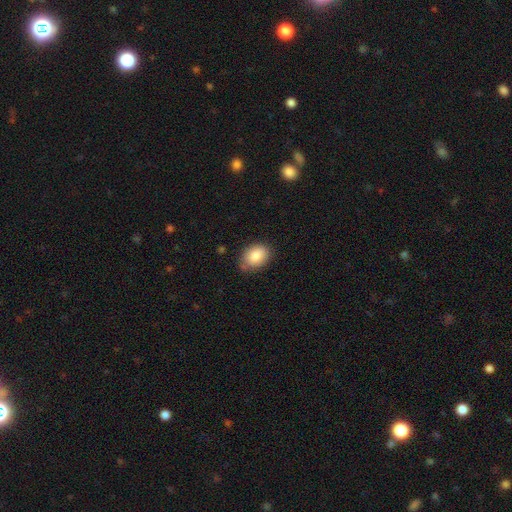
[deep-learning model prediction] Smooth or featured? Predicted: smooth (p=0.84). How rounded? Predicted: in between (p=0.77). Merging? Predicted: none (p=0.73).